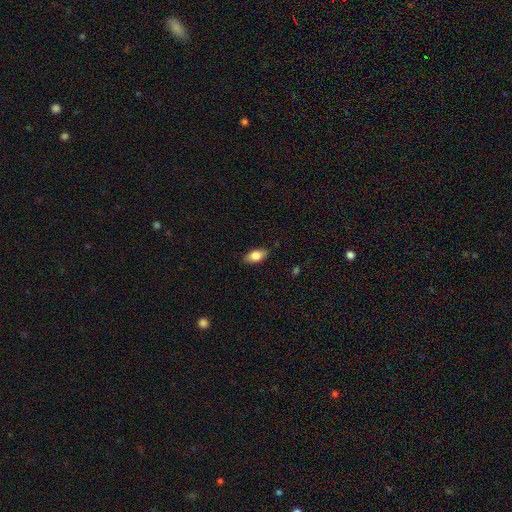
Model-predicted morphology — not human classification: Smooth or featured? Predicted: smooth (p=0.79). How rounded? Predicted: in between (p=0.89). Merging? Predicted: none (p=0.85).